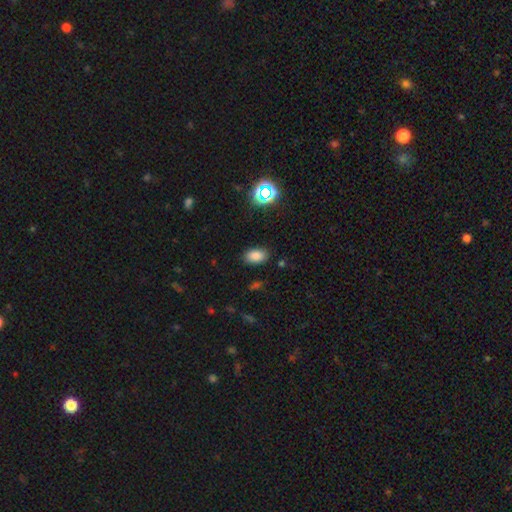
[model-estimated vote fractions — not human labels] smooth 81%, star or artifact 13%, featured or disk 5%. Down the decision tree: how rounded — in between (90%); merging — none (86%).